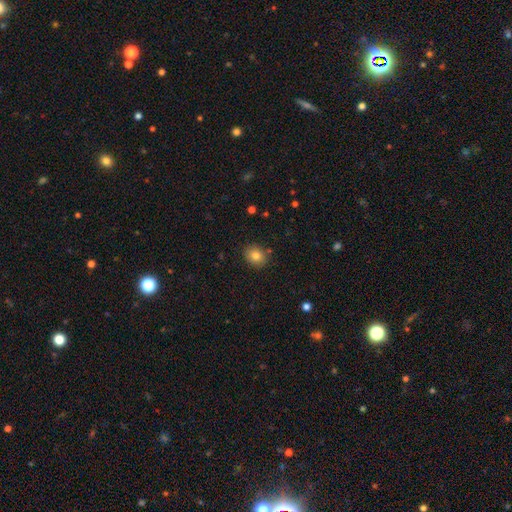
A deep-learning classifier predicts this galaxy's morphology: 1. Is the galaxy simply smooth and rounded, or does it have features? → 81% smooth, 11% star or artifact, 8% featured or disk.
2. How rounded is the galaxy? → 63% round, 37% in between, 1% cigar-shaped.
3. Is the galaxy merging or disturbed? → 87% none, 9% minor disturbance, 2% major disturbance, 2% merger.